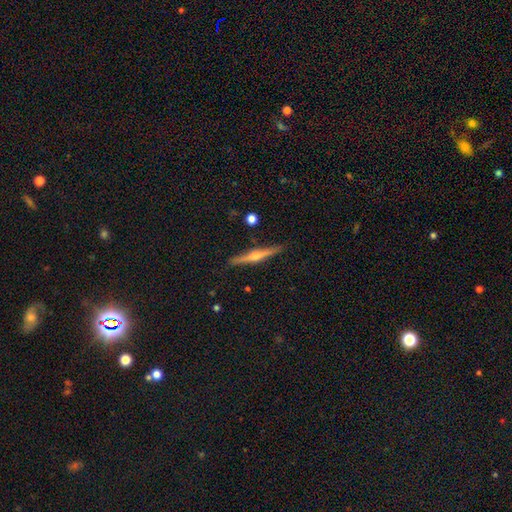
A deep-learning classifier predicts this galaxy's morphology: Smooth or featured: featured or disk — 73% (smooth — 21%)
Edge-on disk: yes — 98% (no — 2%)
Edge-on bulge: rounded — 87% (none — 7%)
Merging: none — 90% (minor disturbance — 7%)